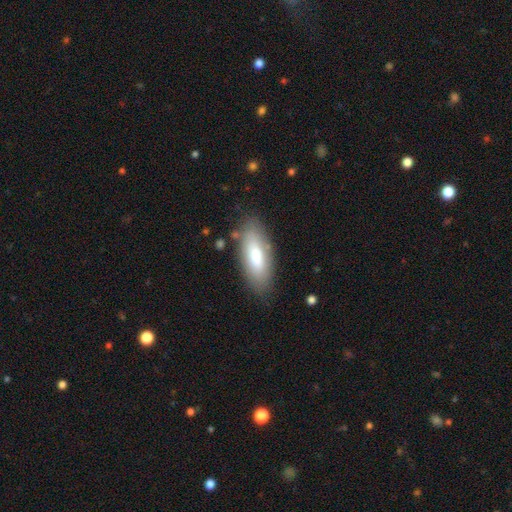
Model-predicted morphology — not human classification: This is likely a smooth galaxy (71%). How rounded: likely in between (75%). Merging: clearly none (83%).